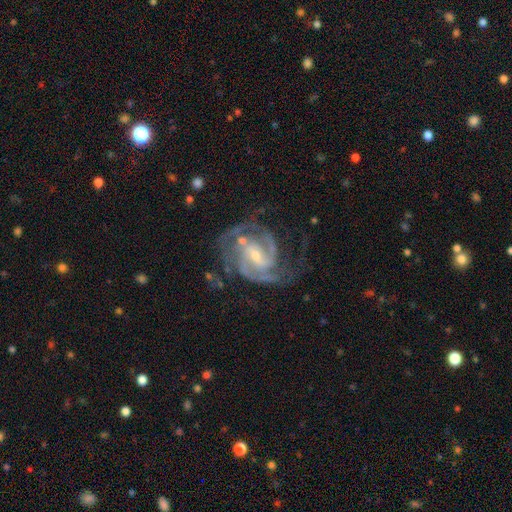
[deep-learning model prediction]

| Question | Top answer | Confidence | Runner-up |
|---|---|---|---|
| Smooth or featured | featured or disk | 91% | star or artifact (5%) |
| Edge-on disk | no | 98% | yes (2%) |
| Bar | weak | 49% | no (26%) |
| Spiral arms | yes | 98% | no (2%) |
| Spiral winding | medium | 47% | tight (45%) |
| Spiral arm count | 2 | 44% | 3 (31%) |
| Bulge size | small | 65% | moderate (30%) |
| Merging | none | 57% | minor disturbance (20%) |